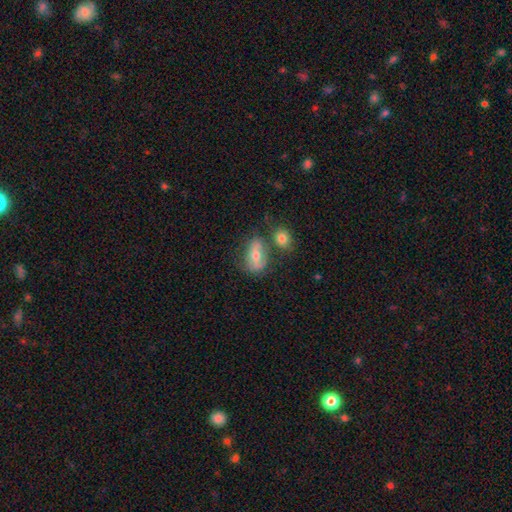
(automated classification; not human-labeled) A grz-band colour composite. It shows a smooth galaxy with no disk features (52%) that is in between round and cigar-shaped (72%). Merging: none (53%).